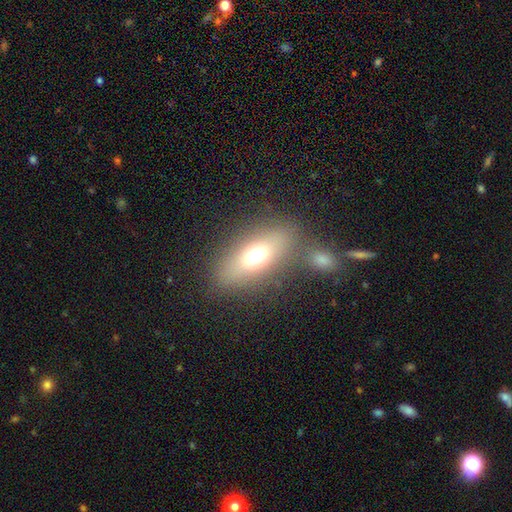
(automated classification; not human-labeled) Smooth or featured: smooth — 67% (featured or disk — 22%)
How rounded: in between — 78% (cigar-shaped — 15%)
Merging: none — 68% (merger — 16%)